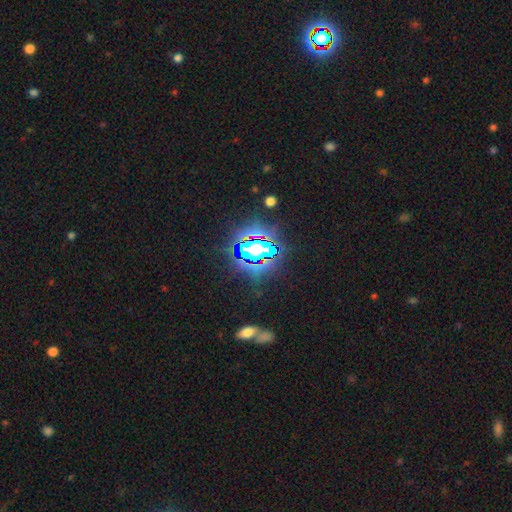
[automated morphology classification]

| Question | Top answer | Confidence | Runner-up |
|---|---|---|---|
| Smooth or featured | star or artifact | 79% | smooth (12%) |